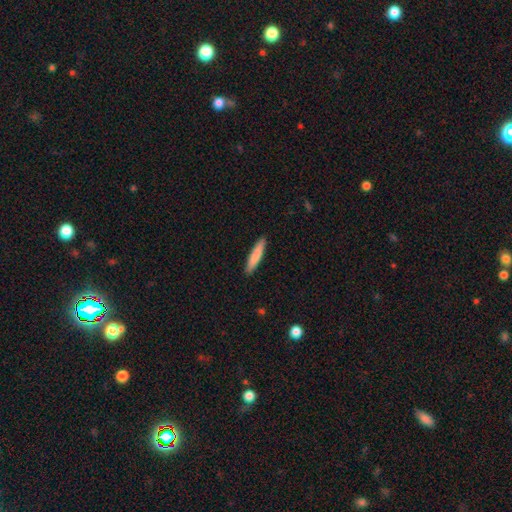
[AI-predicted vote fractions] Smooth or featured: smooth — 80% (featured or disk — 15%)
How rounded: cigar-shaped — 88% (in between — 11%)
Merging: none — 90% (minor disturbance — 7%)